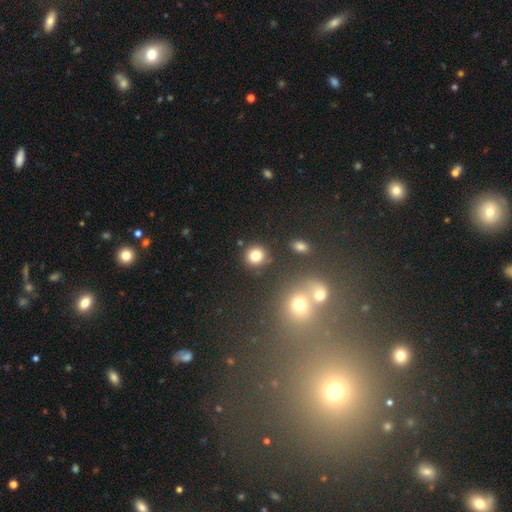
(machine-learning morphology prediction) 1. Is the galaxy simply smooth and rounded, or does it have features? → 81% smooth, 13% star or artifact, 6% featured or disk.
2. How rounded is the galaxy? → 85% round, 14% in between, 1% cigar-shaped.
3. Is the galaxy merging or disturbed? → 83% none, 8% minor disturbance, 6% merger, 3% major disturbance.